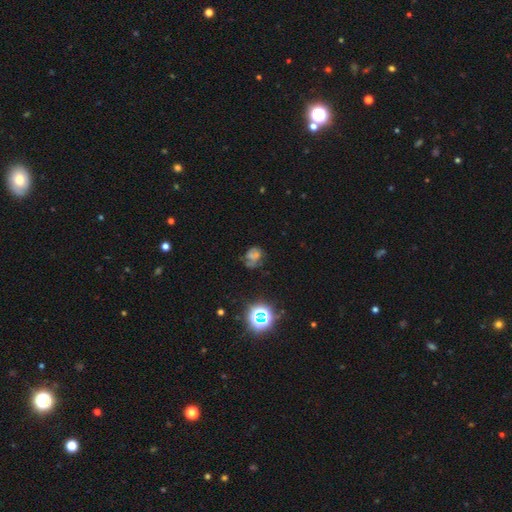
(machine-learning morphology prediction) star or artifact 35%, smooth 32%, featured or disk 32%.